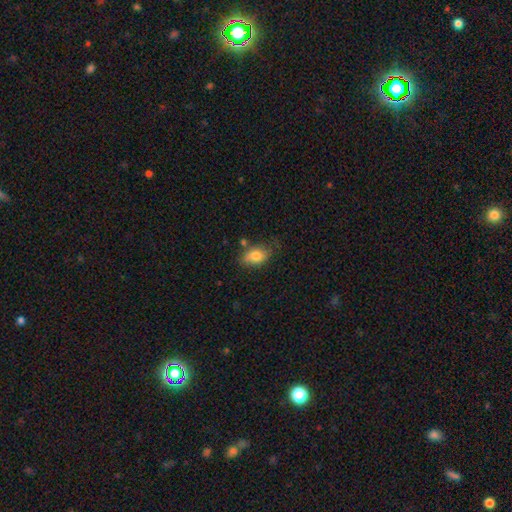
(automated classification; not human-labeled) Morphology: type=smooth (79%); roundness=in between (86%); merging=none (62%).